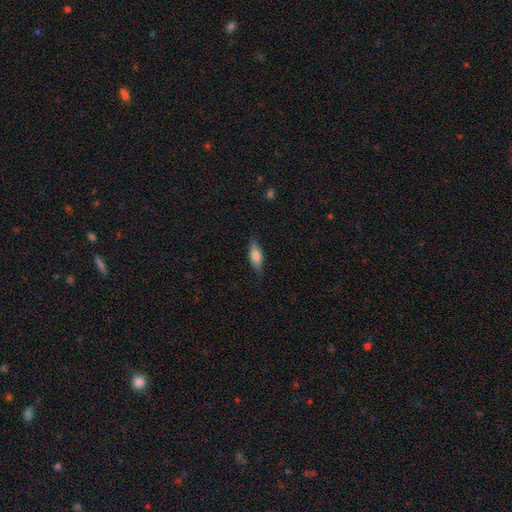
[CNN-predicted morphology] smooth 74%, featured or disk 19%, star or artifact 6%. Down the decision tree: how rounded — in between (60%); merging — none (80%).